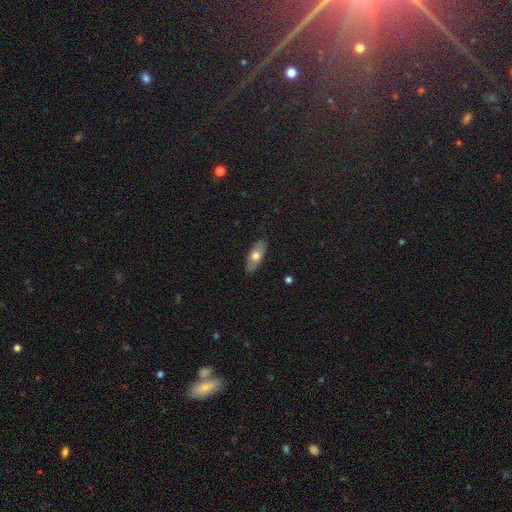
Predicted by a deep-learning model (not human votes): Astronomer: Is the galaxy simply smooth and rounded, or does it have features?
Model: smooth — 66%.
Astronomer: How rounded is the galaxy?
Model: in between — 80%.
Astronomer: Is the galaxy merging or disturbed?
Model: none — 87%.